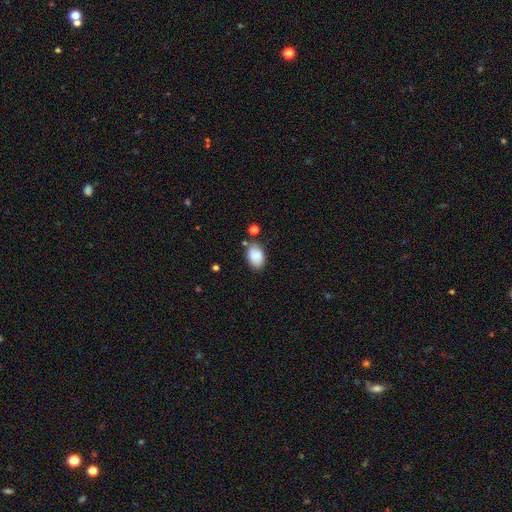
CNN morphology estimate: Smooth or featured: smooth — 86% (star or artifact — 7%)
How rounded: in between — 88% (round — 11%)
Merging: none — 71% (minor disturbance — 17%)